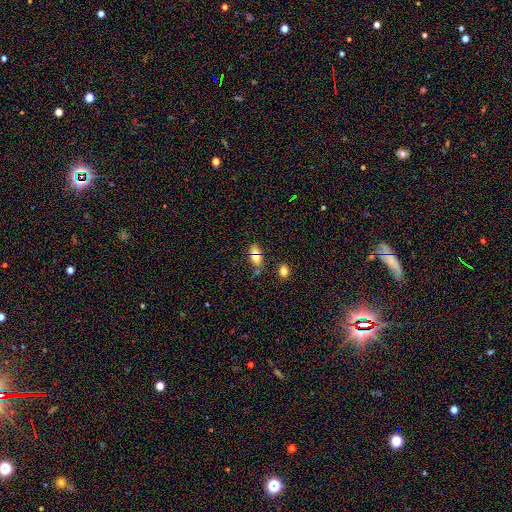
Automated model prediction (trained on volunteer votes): Smooth or featured? smooth (65%)
How rounded? in between (75%)
Merging? none (61%)